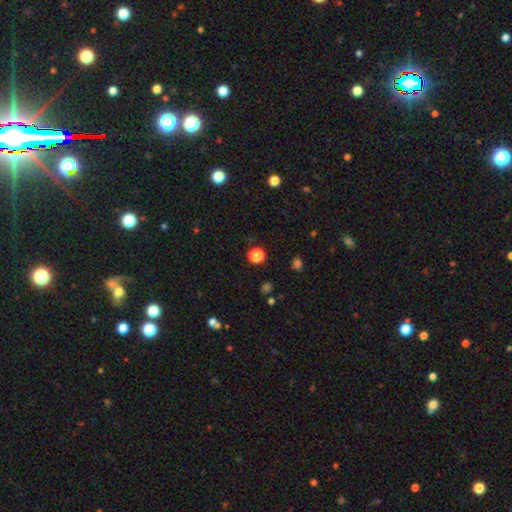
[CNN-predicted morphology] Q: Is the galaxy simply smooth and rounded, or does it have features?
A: smooth — 66%.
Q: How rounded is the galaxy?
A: round — 86%.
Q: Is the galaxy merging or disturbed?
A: none — 86%.